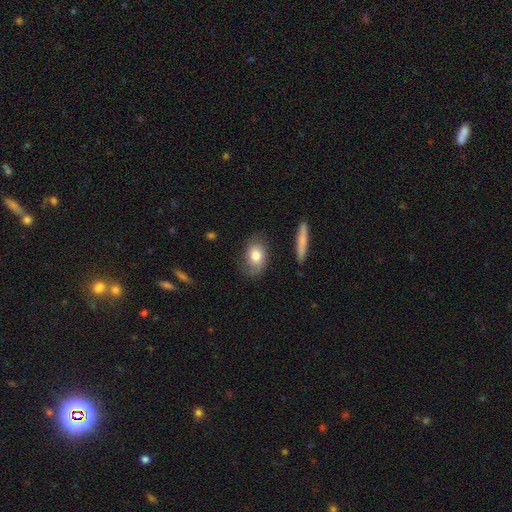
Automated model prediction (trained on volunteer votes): smooth_or_featured: smooth (p=0.75) [alt: featured or disk p=0.18]
how_rounded: in between (p=0.82) [alt: round p=0.15]
merging: none (p=0.73) [alt: minor disturbance p=0.19]